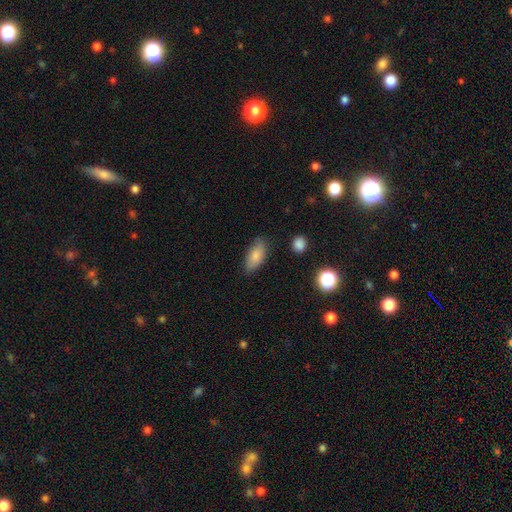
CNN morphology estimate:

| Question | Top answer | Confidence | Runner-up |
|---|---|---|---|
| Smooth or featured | smooth | 82% | featured or disk (10%) |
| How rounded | in between | 88% | cigar-shaped (10%) |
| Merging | none | 79% | minor disturbance (16%) |